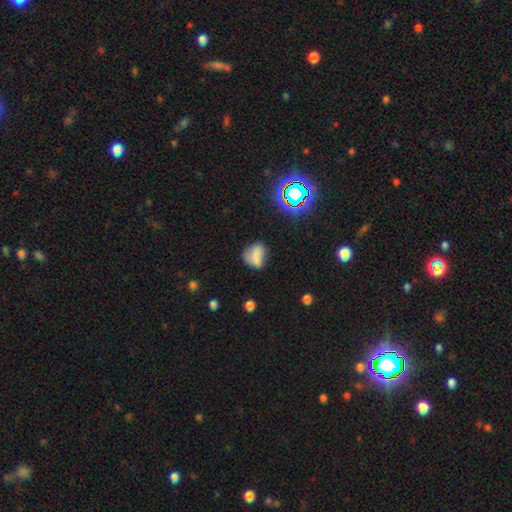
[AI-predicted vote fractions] Morphology: type=smooth (67%); roundness=round (54%); merging=none (43%).